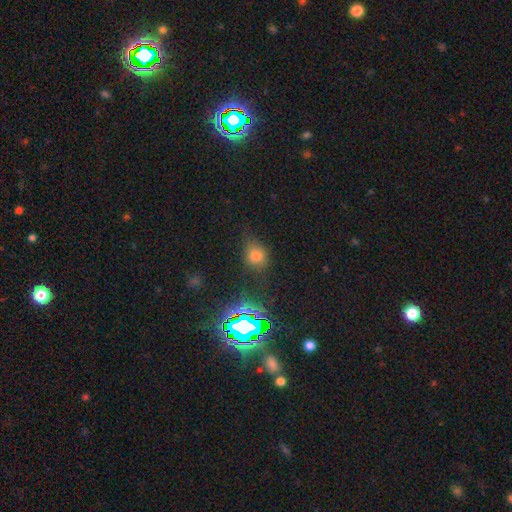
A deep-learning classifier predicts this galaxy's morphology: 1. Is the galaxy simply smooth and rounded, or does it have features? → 66% smooth, 26% star or artifact, 8% featured or disk.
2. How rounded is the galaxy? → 50% in between, 48% round, 2% cigar-shaped.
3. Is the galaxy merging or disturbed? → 67% none, 22% minor disturbance, 8% major disturbance, 3% merger.